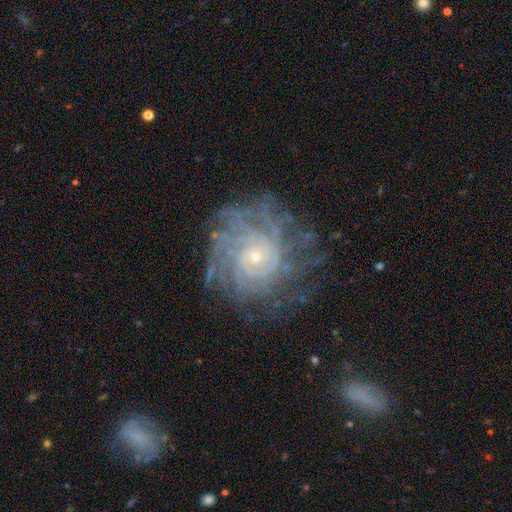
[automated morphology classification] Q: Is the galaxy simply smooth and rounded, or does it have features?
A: featured or disk — 85%.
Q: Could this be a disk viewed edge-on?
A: no — 97%.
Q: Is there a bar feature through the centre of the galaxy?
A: no — 78%.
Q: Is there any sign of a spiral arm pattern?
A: yes — 96%.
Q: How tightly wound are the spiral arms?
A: tight — 77%.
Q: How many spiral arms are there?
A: can't tell — 33%.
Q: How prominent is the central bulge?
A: small — 83%.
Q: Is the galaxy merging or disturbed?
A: none — 70%.